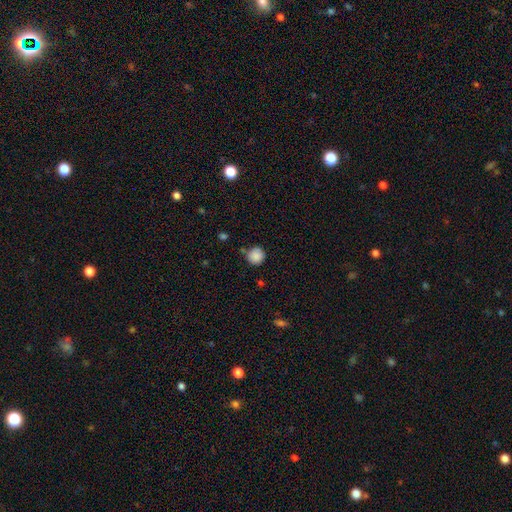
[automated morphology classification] smooth-or-featured: smooth: 87% | star or artifact: 9% | featured or disk: 4%
  how-rounded: round: 93% | in between: 6% | cigar-shaped: 1%
  merging: none: 79% | minor disturbance: 13% | merger: 5% | major disturbance: 3%